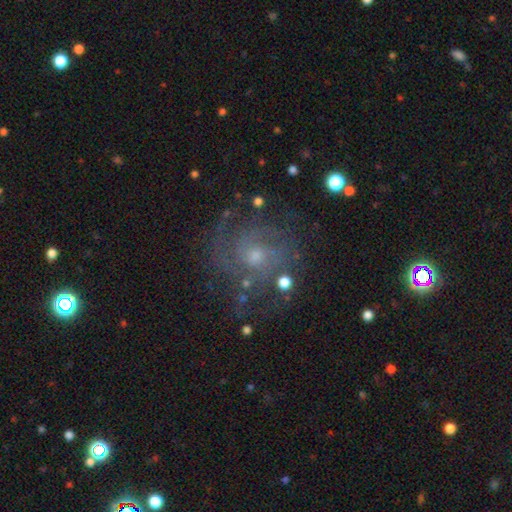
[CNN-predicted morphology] type=featured or disk (76%); edge-on=no (98%); bar=no (73%); spiral arms=yes (91%); winding=tight (52%); arm count=can't tell (36%); bulge=small (53%); merging=none (70%).